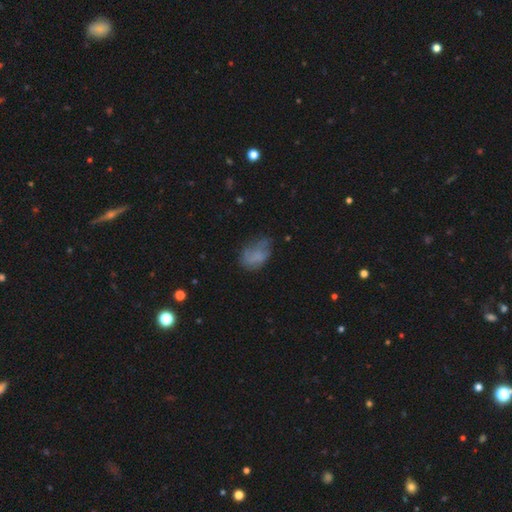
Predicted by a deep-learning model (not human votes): A smooth galaxy with no disk features (62%) that is in between round and cigar-shaped (86%).

Vote fractions:
- Smooth or featured? smooth: 62% / featured or disk: 27% / star or artifact: 11%
- How rounded? in between: 86% / round: 12% / cigar-shaped: 2%
- Merging? none: 43% / minor disturbance: 33% / major disturbance: 21% / merger: 3%